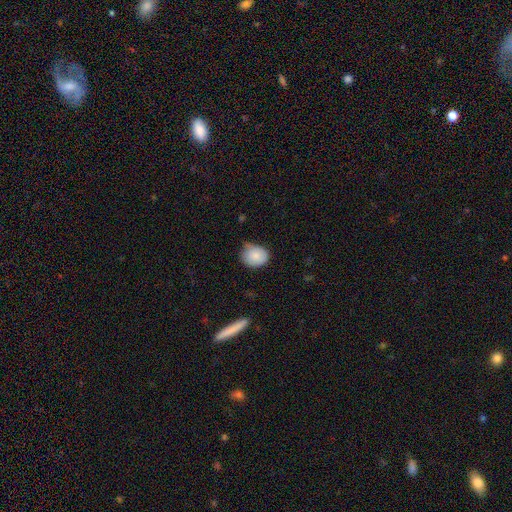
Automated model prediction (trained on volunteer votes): Q: Smooth or featured?
A: smooth (83%); runner-up: featured or disk (9%)
Q: How rounded?
A: round (63%); runner-up: in between (36%)
Q: Merging?
A: none (51%); runner-up: minor disturbance (40%)